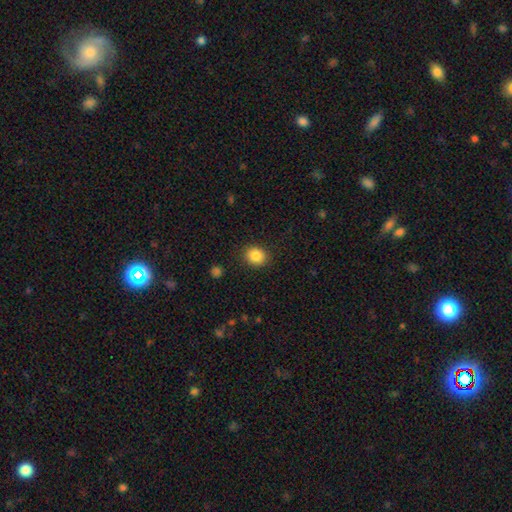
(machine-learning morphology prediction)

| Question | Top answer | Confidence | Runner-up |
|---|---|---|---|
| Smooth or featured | smooth | 85% | star or artifact (10%) |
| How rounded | round | 70% | in between (30%) |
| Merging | none | 89% | minor disturbance (7%) |